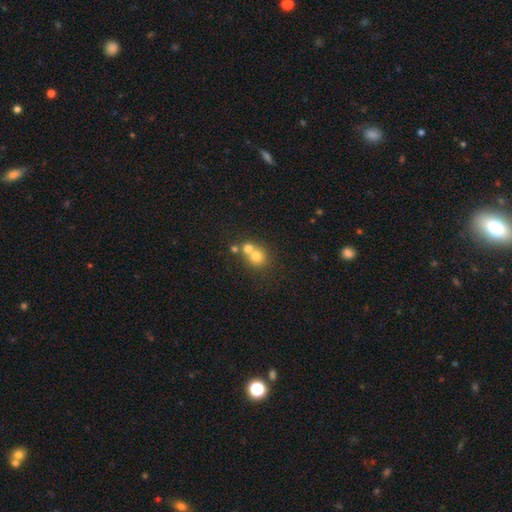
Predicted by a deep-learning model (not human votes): smooth 70%, featured or disk 17%, star or artifact 13%. Down the decision tree: how rounded — round (83%); merging — merger (56%).